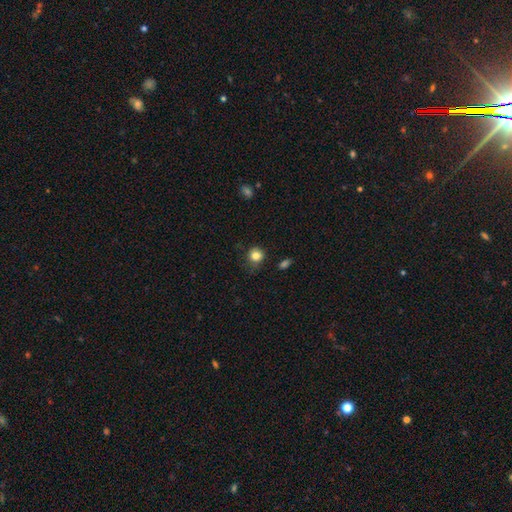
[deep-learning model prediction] Q: Smooth or featured?
A: smooth (83%); runner-up: star or artifact (11%)
Q: How rounded?
A: round (85%); runner-up: in between (14%)
Q: Merging?
A: none (71%); runner-up: minor disturbance (21%)